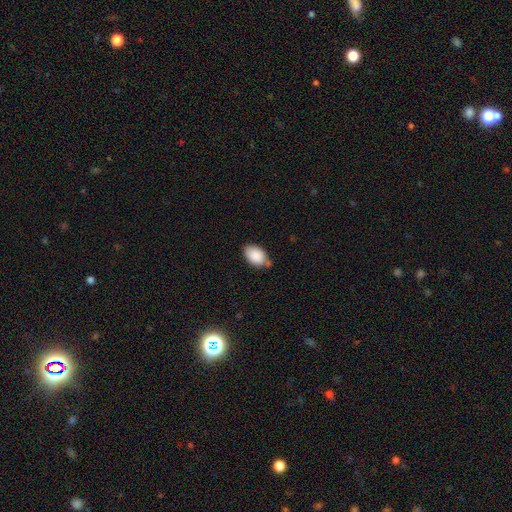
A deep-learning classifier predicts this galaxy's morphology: smooth_or_featured: smooth (p=0.89) [alt: star or artifact p=0.07]
how_rounded: in between (p=0.90) [alt: round p=0.09]
merging: none (p=0.66) [alt: minor disturbance p=0.22]